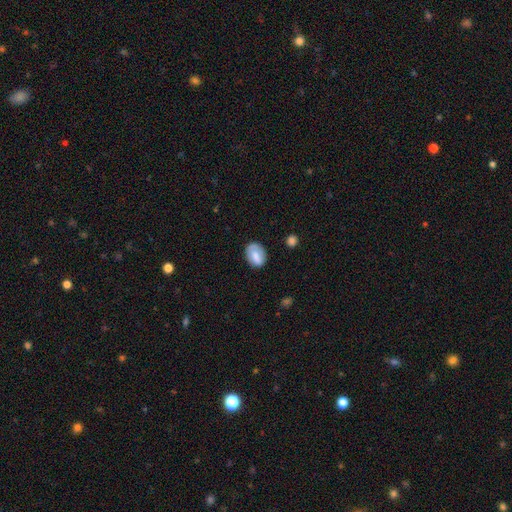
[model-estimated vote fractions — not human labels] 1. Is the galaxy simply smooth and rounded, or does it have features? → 73% smooth, 20% featured or disk, 7% star or artifact.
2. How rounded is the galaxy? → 76% in between, 23% round, 1% cigar-shaped.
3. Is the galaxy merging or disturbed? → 72% none, 20% minor disturbance, 6% major disturbance, 2% merger.